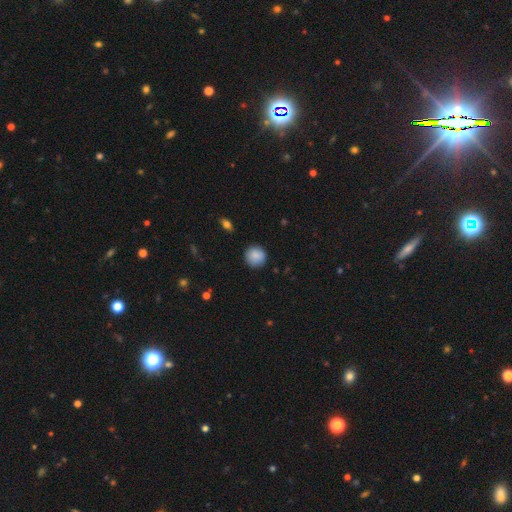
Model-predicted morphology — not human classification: Smooth or featured? smooth (87%)
How rounded? round (92%)
Merging? none (87%)